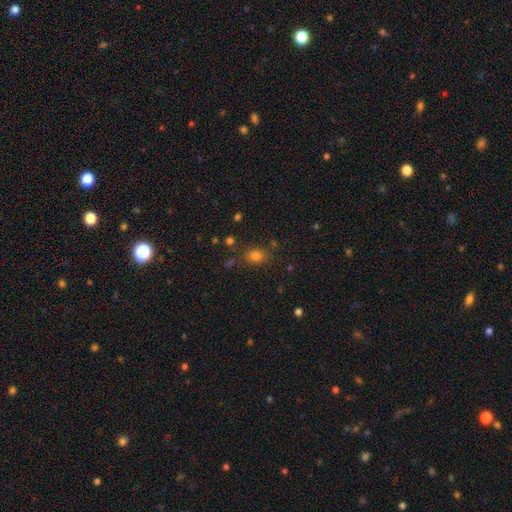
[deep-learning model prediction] Overall: smooth (73%). How rounded: round (53%; in between 45%). Merging: none (79%).